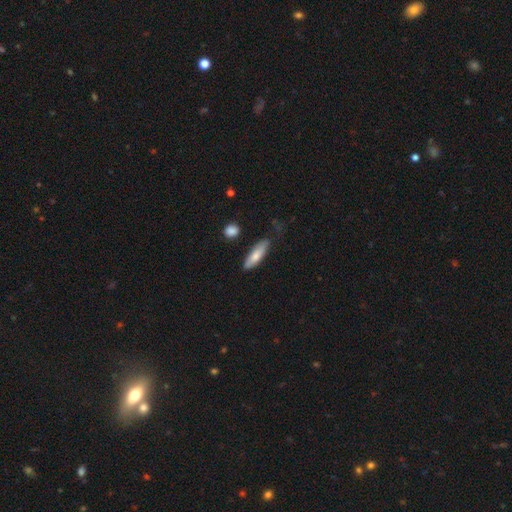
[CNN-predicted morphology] This is likely a smooth galaxy (74%). How rounded: possibly cigar-shaped (56%). Merging: likely none (73%).